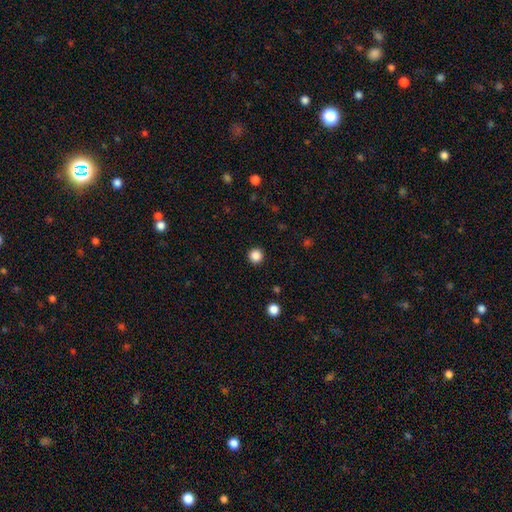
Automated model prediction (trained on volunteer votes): A smooth galaxy with no disk features (86%) that is round (96%).

Vote fractions:
- Smooth or featured? smooth: 86% / star or artifact: 11% / featured or disk: 3%
- How rounded? round: 96% / in between: 3% / cigar-shaped: 1%
- Merging? none: 93% / minor disturbance: 4% / major disturbance: 2% / merger: 1%